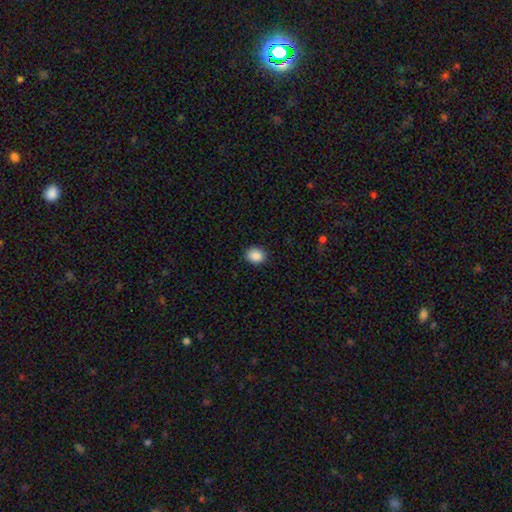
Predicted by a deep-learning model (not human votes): smooth-or-featured: smooth: 88% | star or artifact: 9% | featured or disk: 3%
  how-rounded: round: 64% | in between: 35% | cigar-shaped: 1%
  merging: none: 89% | minor disturbance: 8% | major disturbance: 2% | merger: 1%